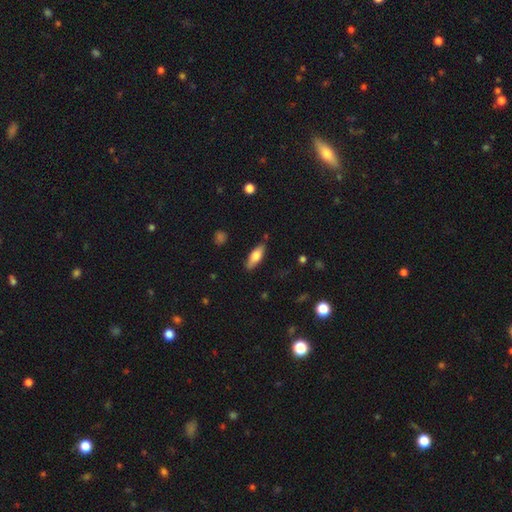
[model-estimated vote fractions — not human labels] Q: Smooth or featured?
A: smooth (69%); runner-up: featured or disk (25%)
Q: How rounded?
A: in between (60%); runner-up: cigar-shaped (38%)
Q: Merging?
A: none (83%); runner-up: minor disturbance (13%)